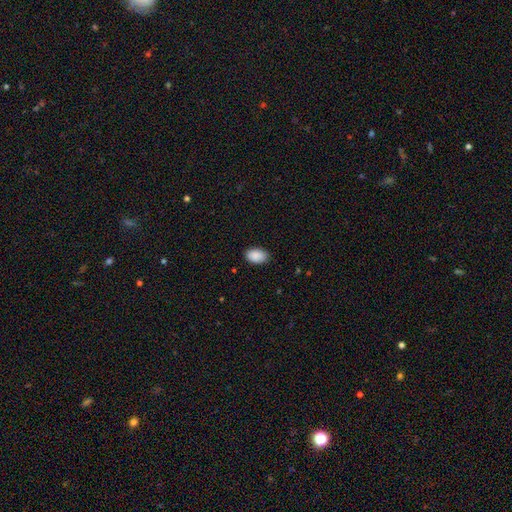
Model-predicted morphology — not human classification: This appears to be a smooth galaxy with no disk features (90%) that is in between round and cigar-shaped (91%). Merging: none (85%).